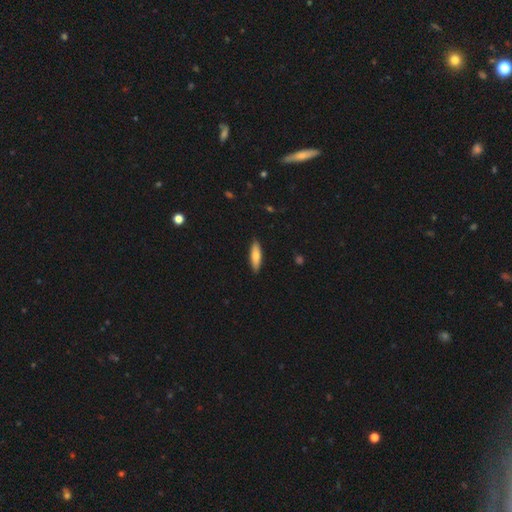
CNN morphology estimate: Smooth or featured? Predicted: smooth (p=0.73). How rounded? Predicted: cigar-shaped (p=0.59). Merging? Predicted: none (p=0.90).